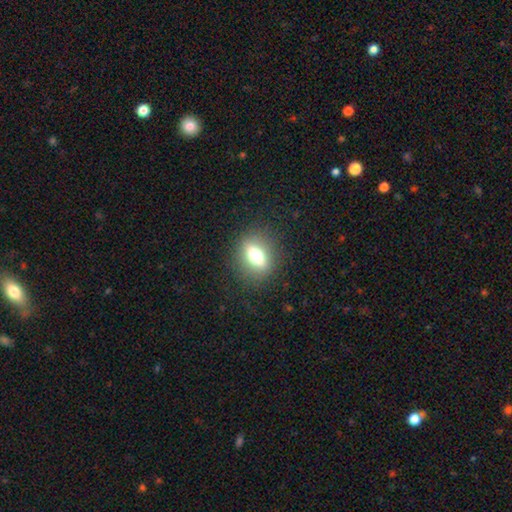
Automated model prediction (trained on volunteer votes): smooth_or_featured: smooth (p=0.60) [alt: featured or disk p=0.29]
how_rounded: in between (p=0.58) [alt: round p=0.31]
merging: none (p=0.85) [alt: minor disturbance p=0.09]